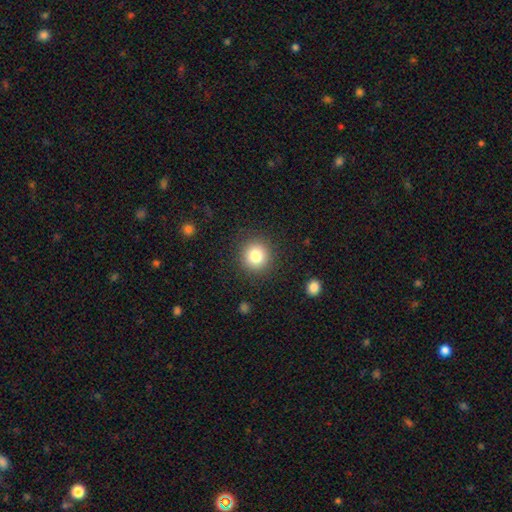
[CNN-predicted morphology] Smooth or featured? Predicted: smooth (p=0.81). How rounded? Predicted: round (p=0.93). Merging? Predicted: none (p=0.89).